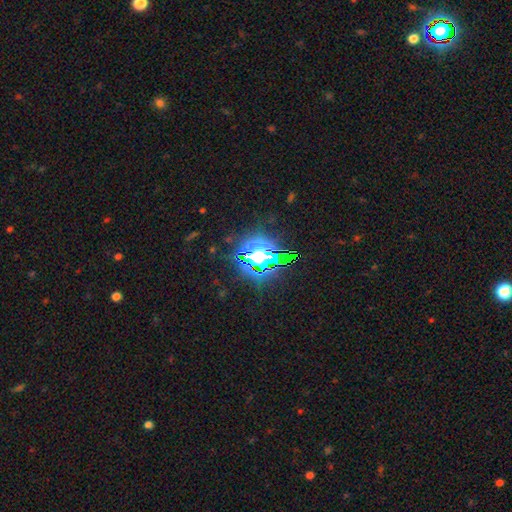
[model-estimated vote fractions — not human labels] Morphology: type=star or artifact (82%).